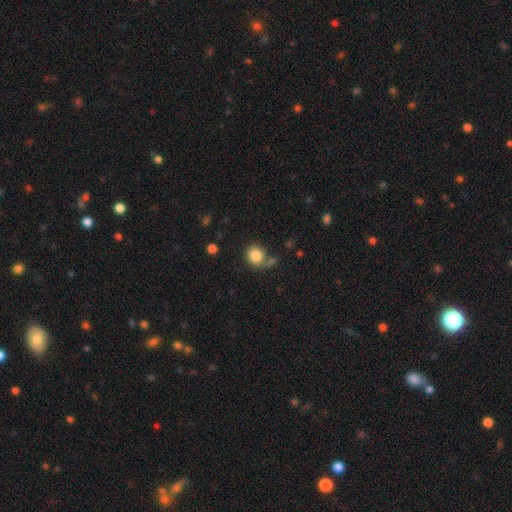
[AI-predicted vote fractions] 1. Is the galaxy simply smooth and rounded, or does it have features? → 84% smooth, 10% star or artifact, 7% featured or disk.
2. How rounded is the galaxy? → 81% round, 18% in between, 1% cigar-shaped.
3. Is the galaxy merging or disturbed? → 64% none, 16% merger, 14% minor disturbance, 6% major disturbance.